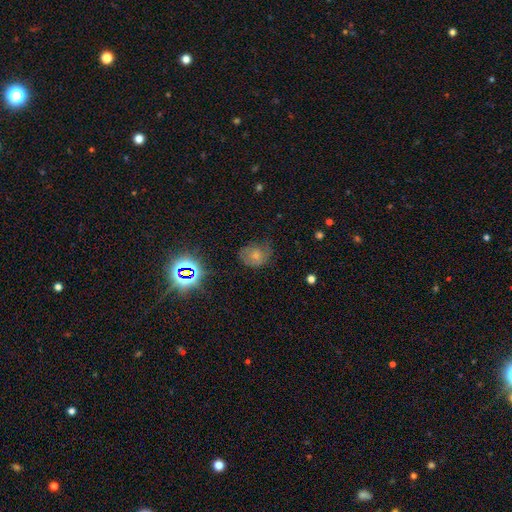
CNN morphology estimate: The model was most divided on "merging": none: 49%, minor disturbance: 32%, major disturbance: 17%, merger: 2%. More confident: smooth or featured — smooth (61%); how rounded — round (59%).